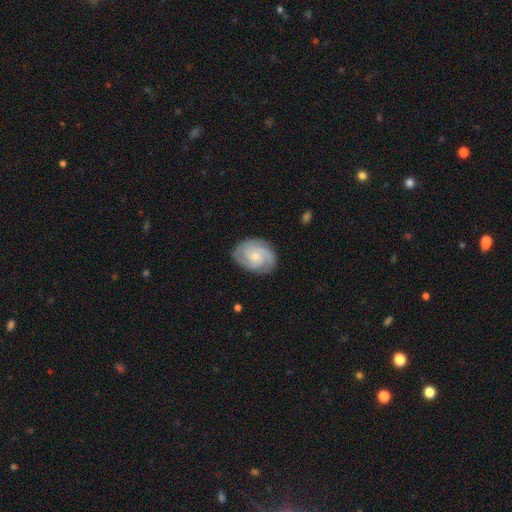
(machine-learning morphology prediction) Overall: featured or disk (79%). Edge-on disk: no (98%). Bar: no (72%). Spiral arms: yes (96%). Spiral arm count: 3 (38%; 2 27%). Spiral winding: tight (58%; medium 35%). Bulge size: small (68%). Merging: none (81%).